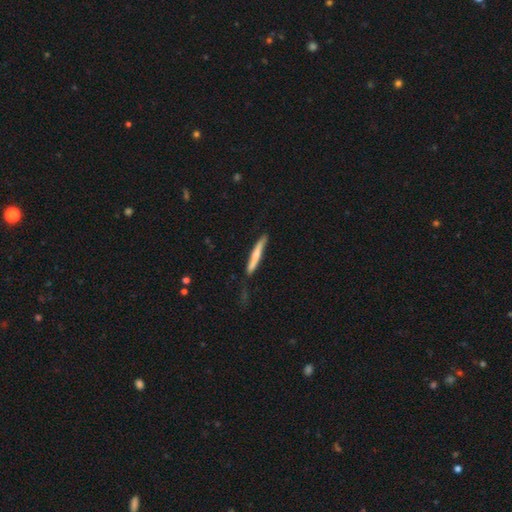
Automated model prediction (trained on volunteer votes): Overall: smooth (60%; featured or disk 35%). How rounded: cigar-shaped (94%). Merging: none (76%).